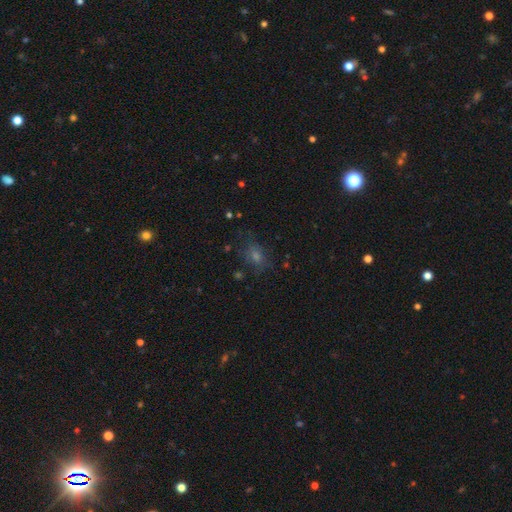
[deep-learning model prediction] smooth_or_featured: smooth (p=0.47) [alt: star or artifact p=0.36]
merging: none (p=0.73) [alt: minor disturbance p=0.16]